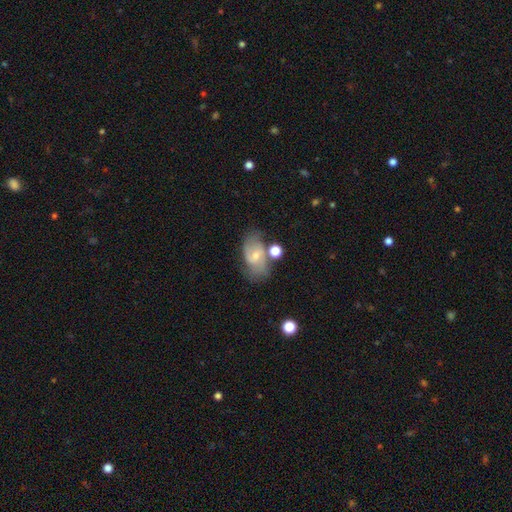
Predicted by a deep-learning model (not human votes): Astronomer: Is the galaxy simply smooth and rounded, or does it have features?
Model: featured or disk — 52% (runner-up: smooth, 39%).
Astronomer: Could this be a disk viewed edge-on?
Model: no — 95%.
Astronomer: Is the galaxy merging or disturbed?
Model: none — 52%.